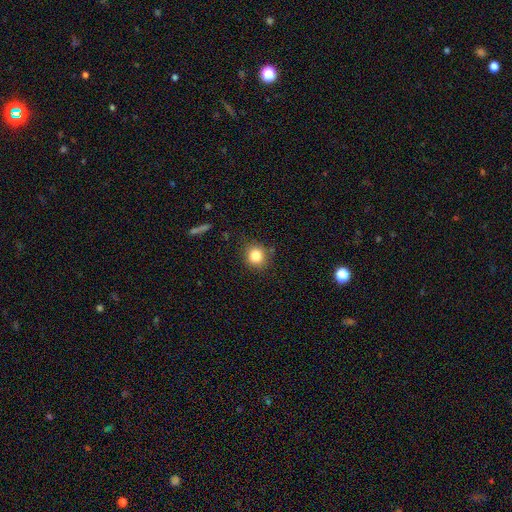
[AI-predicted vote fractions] smooth_or_featured: smooth (p=0.83) [alt: star or artifact p=0.11]
how_rounded: round (p=0.87) [alt: in between p=0.12]
merging: none (p=0.83) [alt: minor disturbance p=0.11]